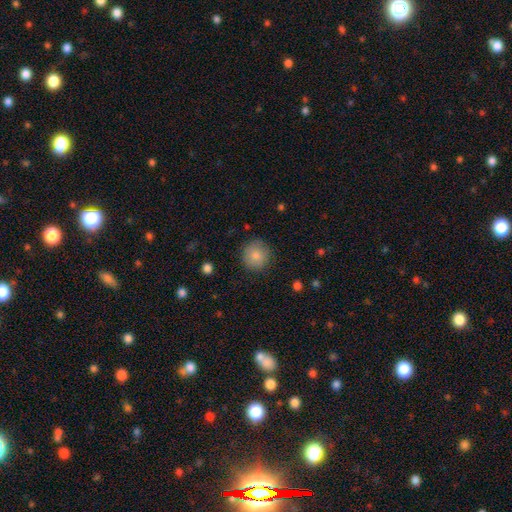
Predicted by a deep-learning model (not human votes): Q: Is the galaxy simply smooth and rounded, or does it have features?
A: smooth — 85%.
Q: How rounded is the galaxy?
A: round — 92%.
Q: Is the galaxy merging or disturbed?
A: none — 86%.